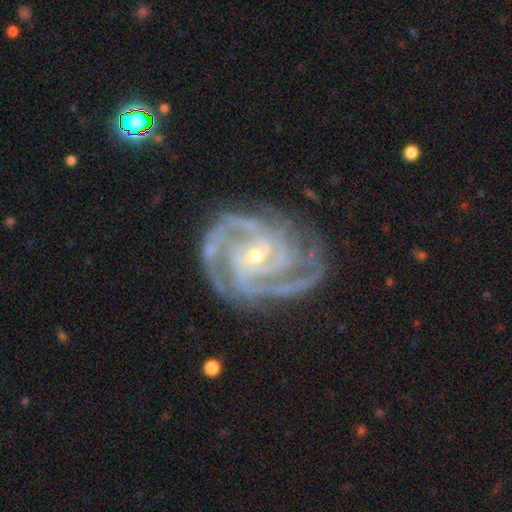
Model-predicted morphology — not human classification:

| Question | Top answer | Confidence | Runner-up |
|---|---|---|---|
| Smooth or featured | featured or disk | 92% | star or artifact (5%) |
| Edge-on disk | no | 98% | yes (2%) |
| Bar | no | 45% | weak (37%) |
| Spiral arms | yes | 99% | no (1%) |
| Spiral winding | tight | 63% | medium (34%) |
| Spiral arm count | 3 | 36% | 4 (20%) |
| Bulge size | small | 70% | moderate (27%) |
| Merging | none | 74% | minor disturbance (18%) |